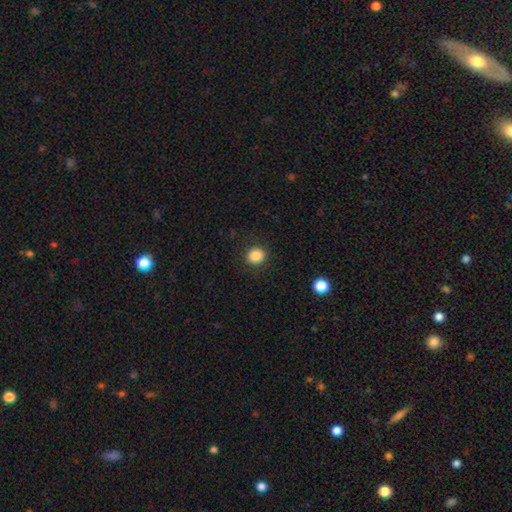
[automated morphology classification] This is clearly a smooth galaxy (86%). How rounded: clearly round (81%). Merging: clearly none (90%).